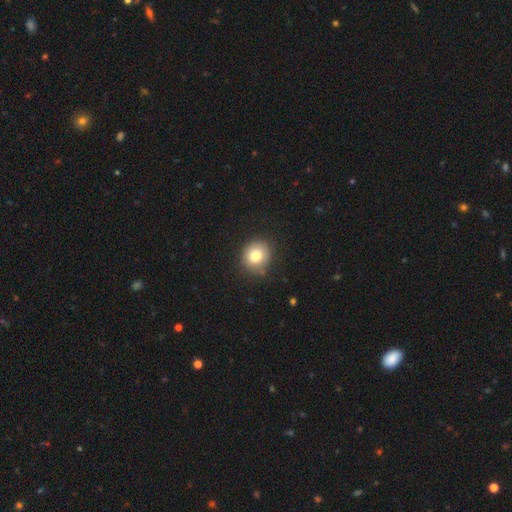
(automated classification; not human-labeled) Smooth or featured? smooth (79%)
How rounded? round (83%)
Merging? none (85%)